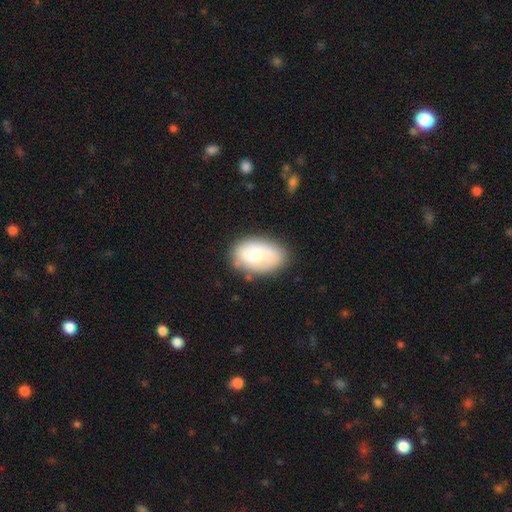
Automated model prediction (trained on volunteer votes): A smooth galaxy with no disk features (60%) that is in between round and cigar-shaped (86%). Merging: none (70%).